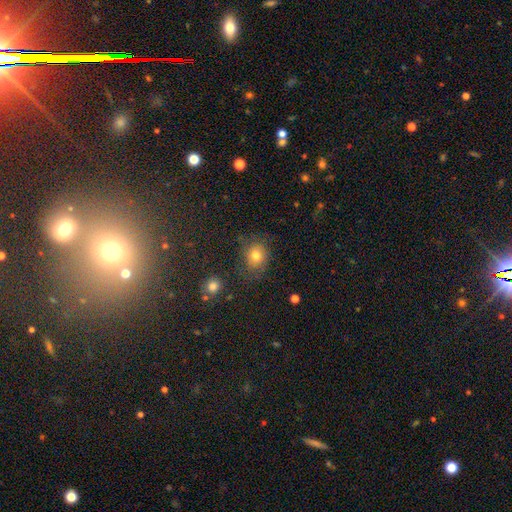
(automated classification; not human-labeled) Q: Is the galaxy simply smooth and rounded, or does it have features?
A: smooth — 75%.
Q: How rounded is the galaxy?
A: round — 69%.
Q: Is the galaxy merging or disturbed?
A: none — 72%.